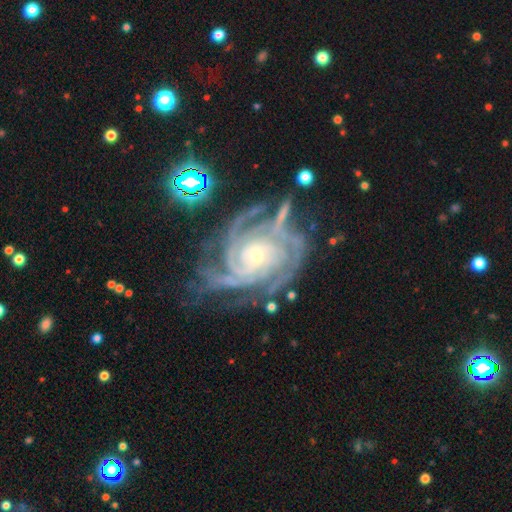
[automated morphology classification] Smooth or featured? featured or disk (92%)
Edge-on disk? no (97%)
Bar? no (66%)
Spiral arms? yes (98%)
Spiral winding? tight (73%)
Spiral arm count? 4 (33%)
Bulge size? small (74%)
Merging? none (58%)